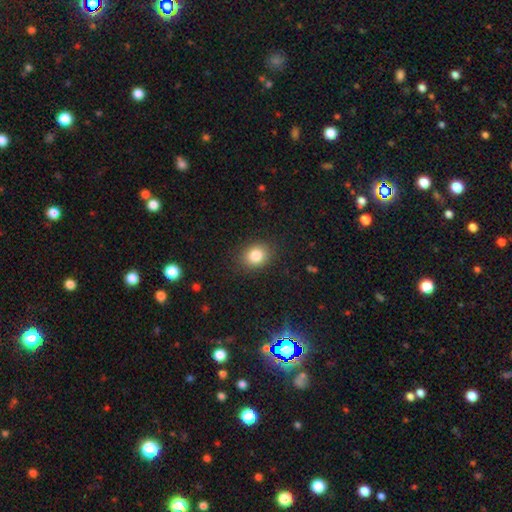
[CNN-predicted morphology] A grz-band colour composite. It shows a smooth galaxy with no disk features (84%) that is round (60%). Merging: none (87%).